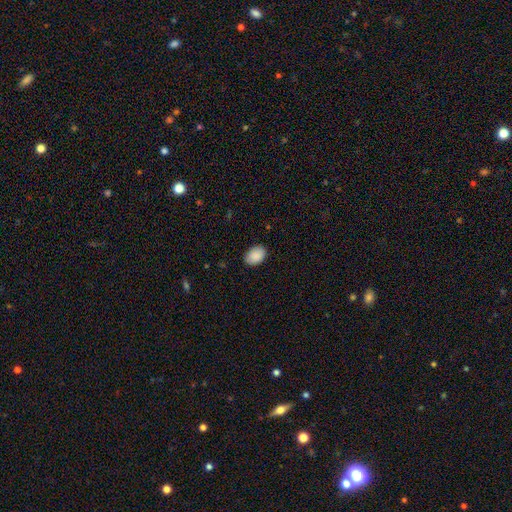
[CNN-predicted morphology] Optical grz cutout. It shows a smooth galaxy with no disk features (90%) that is in between round and cigar-shaped (82%). Merging: none (85%).